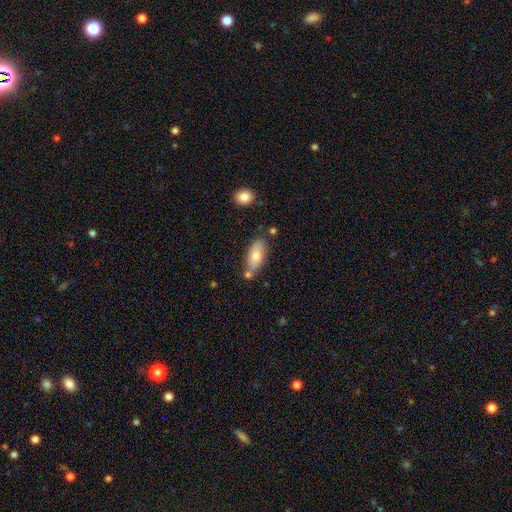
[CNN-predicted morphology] A smooth galaxy with no disk features (75%) that is in between round and cigar-shaped (86%). Merging: none (67%).